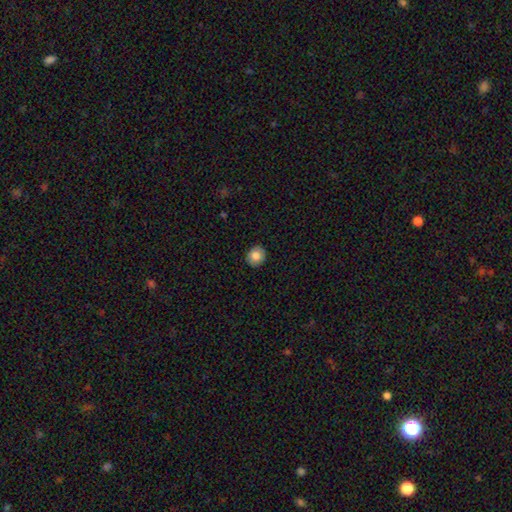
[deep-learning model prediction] This appears to be a smooth galaxy with no disk features (82%) that is round (79%). Merging: none (91%).